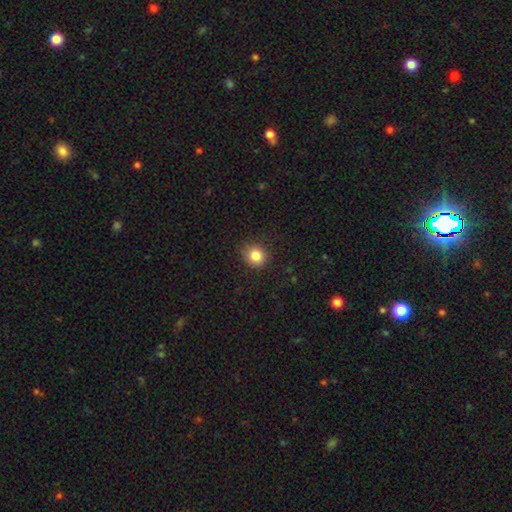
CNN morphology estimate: The model was most divided on "how rounded": round: 80%, in between: 19%, cigar-shaped: 1%. More confident: merging — none (87%); smooth or featured — smooth (84%).